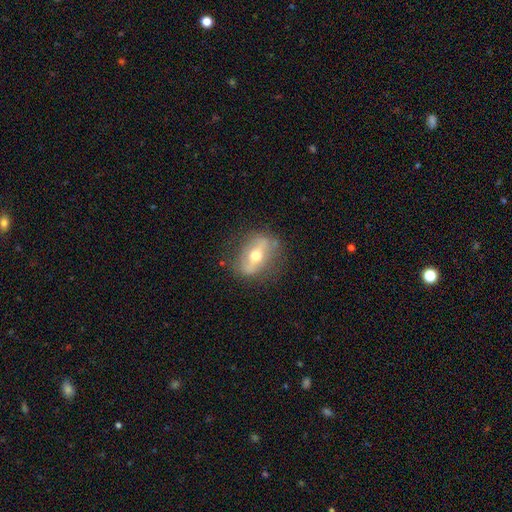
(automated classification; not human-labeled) Overall: featured or disk (63%; smooth 29%). Edge-on disk: no (70%). Merging: none (77%).